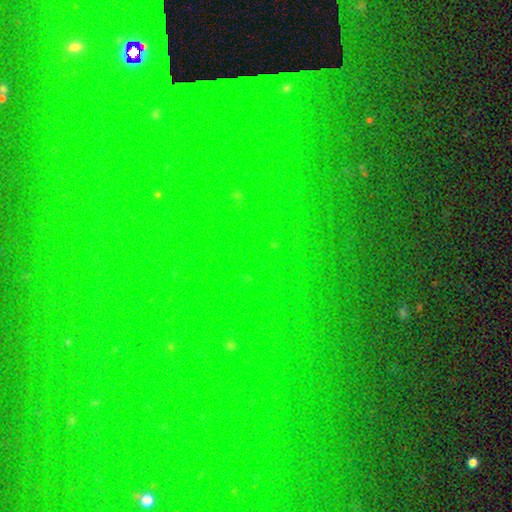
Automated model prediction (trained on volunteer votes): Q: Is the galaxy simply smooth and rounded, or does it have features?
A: star or artifact — 79%.